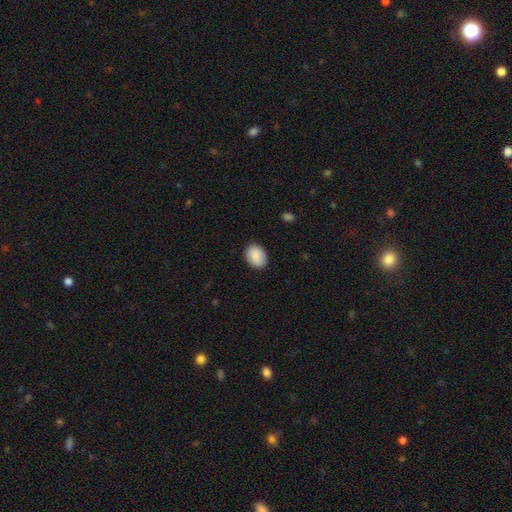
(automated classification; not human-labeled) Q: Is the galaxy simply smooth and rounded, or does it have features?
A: smooth — 89%.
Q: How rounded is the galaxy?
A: in between — 67%.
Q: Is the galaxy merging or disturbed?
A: none — 87%.